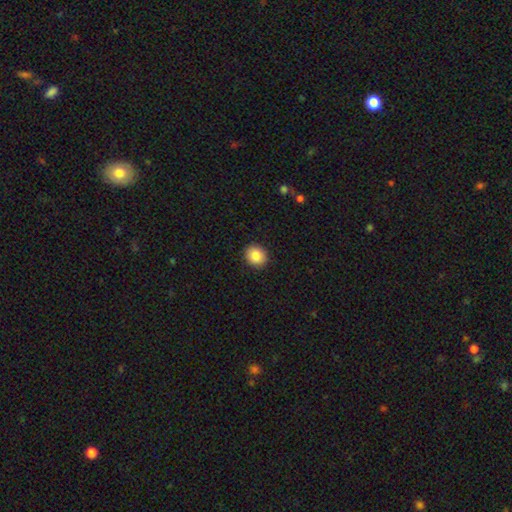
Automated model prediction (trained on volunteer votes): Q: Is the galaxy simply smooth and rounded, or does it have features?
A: smooth — 85%.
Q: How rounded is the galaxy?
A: round — 77%.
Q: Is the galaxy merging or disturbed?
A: none — 91%.